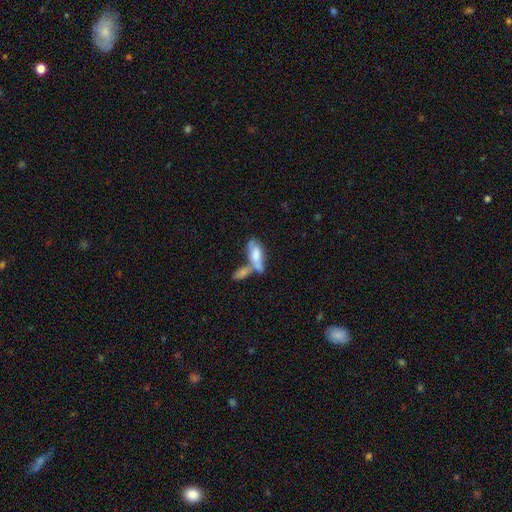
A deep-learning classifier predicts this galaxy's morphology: Smooth or featured? Predicted: smooth (p=0.61). How rounded? Predicted: in between (p=0.77). Merging? Predicted: merger (p=0.58).